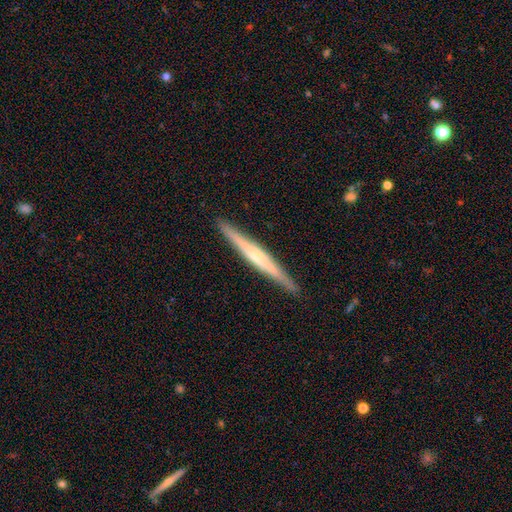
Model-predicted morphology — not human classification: Smooth or featured? Predicted: featured or disk (p=0.68). Edge-on disk? Predicted: yes (p=0.98). Edge-on bulge? Predicted: rounded (p=0.55). Merging? Predicted: none (p=0.91).